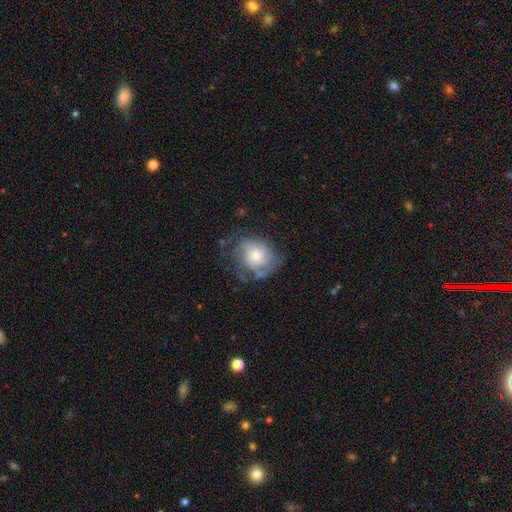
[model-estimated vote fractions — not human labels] This appears to be a featured or disk galaxy (55%) with no bar (80%), spiral arms (70%) and a moderate central bulge (57%). Merging: none (56%).